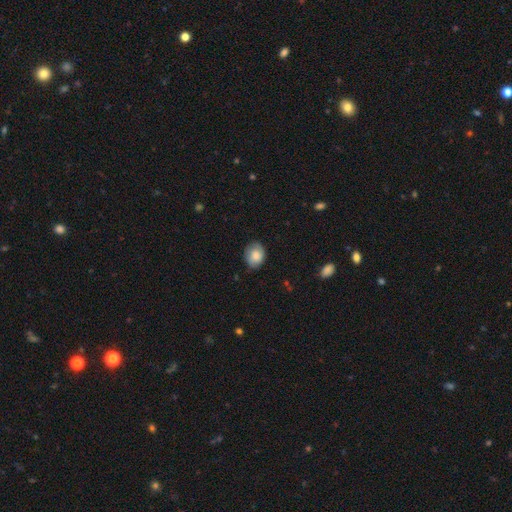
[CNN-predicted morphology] smooth_or_featured: smooth (p=0.79) [alt: featured or disk p=0.14]
how_rounded: in between (p=0.51) [alt: round p=0.48]
merging: none (p=0.75) [alt: minor disturbance p=0.21]